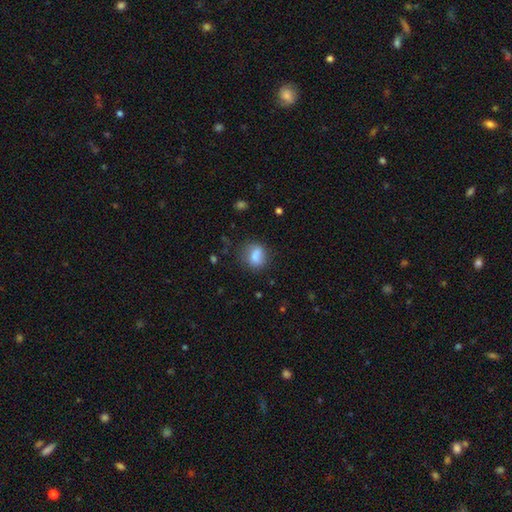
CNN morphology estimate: smooth_or_featured: smooth (p=0.77) [alt: featured or disk p=0.13]
how_rounded: round (p=0.52) [alt: in between p=0.46]
merging: none (p=0.59) [alt: minor disturbance p=0.23]